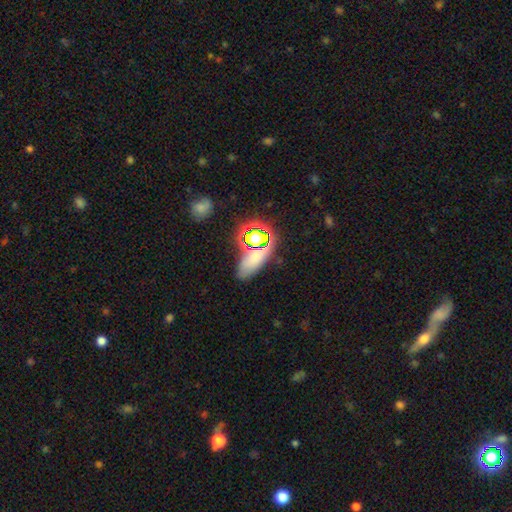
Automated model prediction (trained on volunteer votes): smooth_or_featured: smooth (p=0.58) [alt: star or artifact p=0.29]
how_rounded: in between (p=0.75) [alt: cigar-shaped p=0.13]
merging: none (p=0.66) [alt: minor disturbance p=0.18]